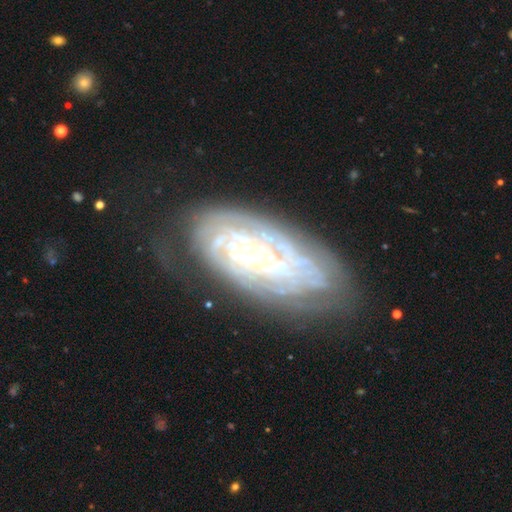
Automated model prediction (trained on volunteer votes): Smooth or featured: featured or disk — 83% (smooth — 11%)
Edge-on disk: no — 92% (yes — 8%)
Bar: no — 71% (weak — 21%)
Spiral arms: yes — 90% (no — 10%)
Spiral winding: tight — 79% (medium — 16%)
Spiral arm count: can't tell — 48% (2 — 15%)
Bulge size: small — 75% (moderate — 19%)
Merging: none — 67% (minor disturbance — 21%)